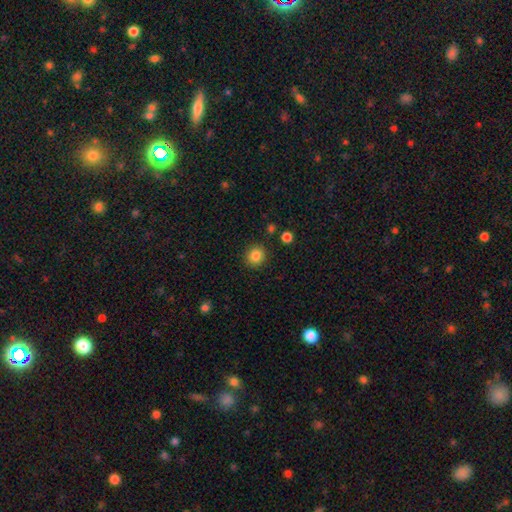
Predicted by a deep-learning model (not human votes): Smooth or featured: smooth — 85% (star or artifact — 11%)
How rounded: round — 89% (in between — 10%)
Merging: none — 89% (minor disturbance — 7%)